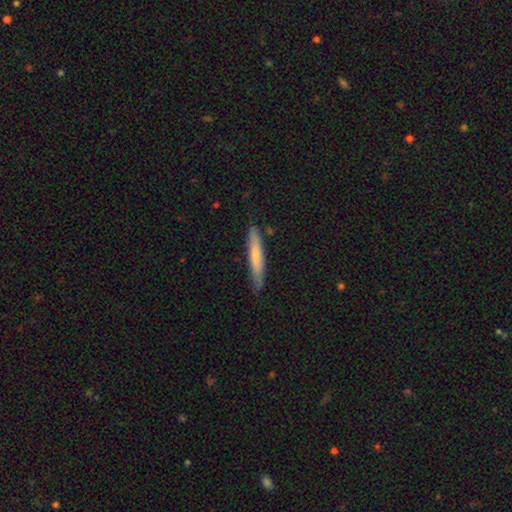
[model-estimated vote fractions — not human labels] Q: Smooth or featured?
A: smooth (68%); runner-up: featured or disk (27%)
Q: How rounded?
A: cigar-shaped (93%); runner-up: in between (6%)
Q: Merging?
A: none (84%); runner-up: minor disturbance (13%)